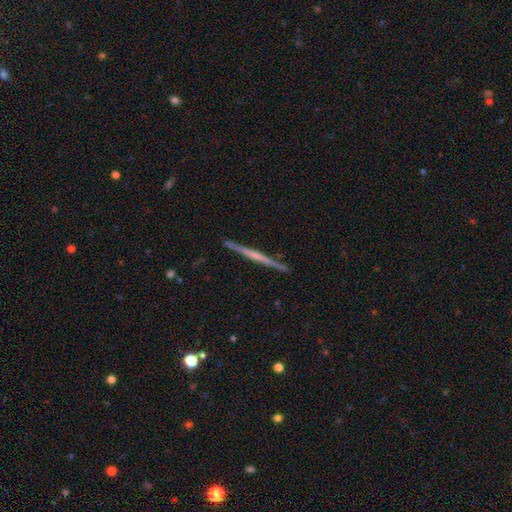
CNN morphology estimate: Q: Smooth or featured?
A: featured or disk (68%); runner-up: smooth (26%)
Q: Edge-on disk?
A: yes (98%); runner-up: no (2%)
Q: Edge-on bulge?
A: none (66%); runner-up: rounded (22%)
Q: Merging?
A: none (91%); runner-up: minor disturbance (6%)